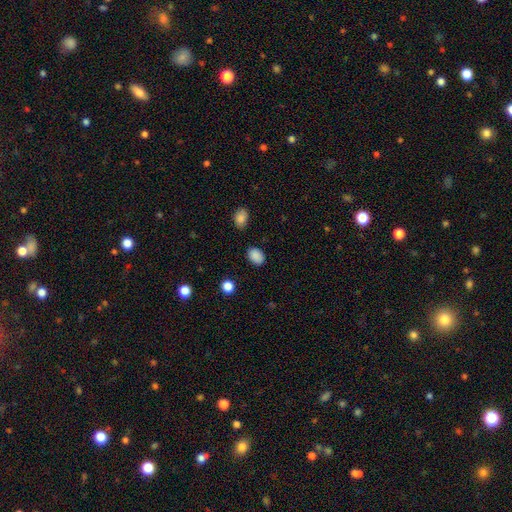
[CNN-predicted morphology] Smooth or featured? Predicted: smooth (p=0.87). How rounded? Predicted: in between (p=0.76). Merging? Predicted: none (p=0.82).